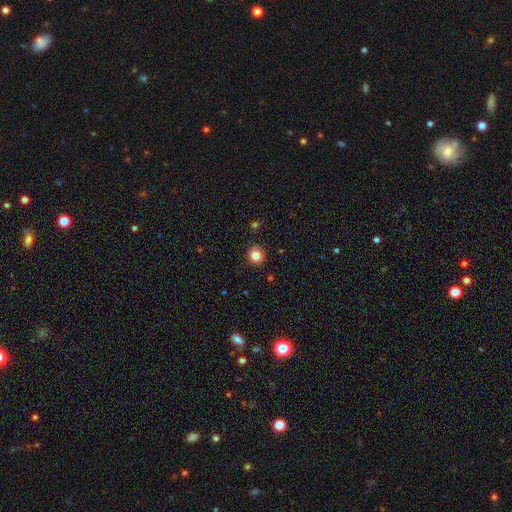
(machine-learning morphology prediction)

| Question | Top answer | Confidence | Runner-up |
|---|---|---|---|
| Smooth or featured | smooth | 84% | star or artifact (11%) |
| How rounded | round | 86% | in between (13%) |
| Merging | none | 90% | minor disturbance (7%) |